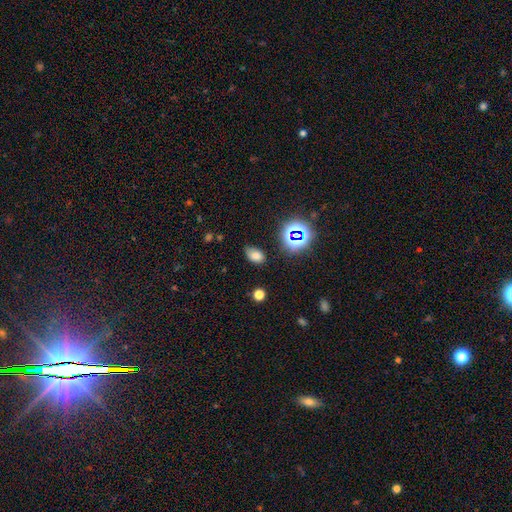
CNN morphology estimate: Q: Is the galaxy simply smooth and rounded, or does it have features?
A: smooth — 71%.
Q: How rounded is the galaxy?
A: in between — 84%.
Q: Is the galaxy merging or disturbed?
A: none — 71%.